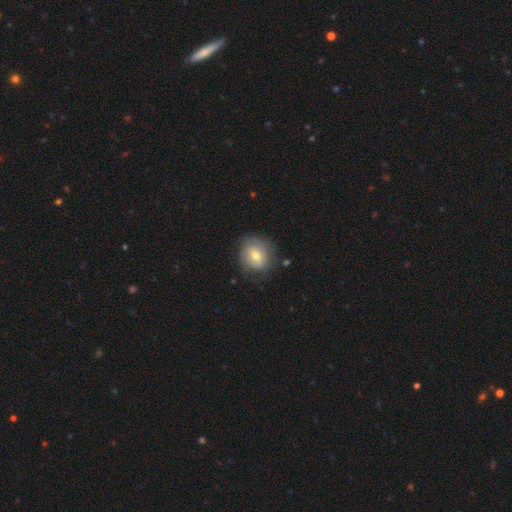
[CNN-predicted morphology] This is possibly a smooth galaxy (58%). How rounded: likely round (77%). Merging: likely none (69%).